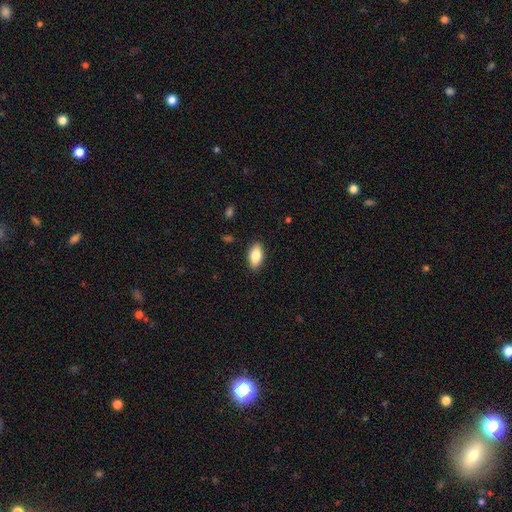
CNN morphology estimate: A smooth galaxy with no disk features (83%) that is in between round and cigar-shaped (91%).

Vote fractions:
- Smooth or featured? smooth: 83% / featured or disk: 10% / star or artifact: 7%
- How rounded? in between: 91% / cigar-shaped: 6% / round: 4%
- Merging? none: 88% / minor disturbance: 9% / major disturbance: 2% / merger: 1%